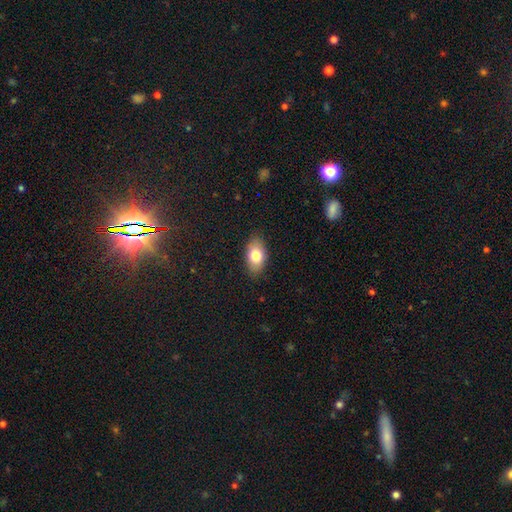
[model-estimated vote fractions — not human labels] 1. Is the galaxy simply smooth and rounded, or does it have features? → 78% smooth, 15% featured or disk, 7% star or artifact.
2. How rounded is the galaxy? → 91% in between, 7% round, 2% cigar-shaped.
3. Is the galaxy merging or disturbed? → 86% none, 11% minor disturbance, 2% major disturbance, 1% merger.